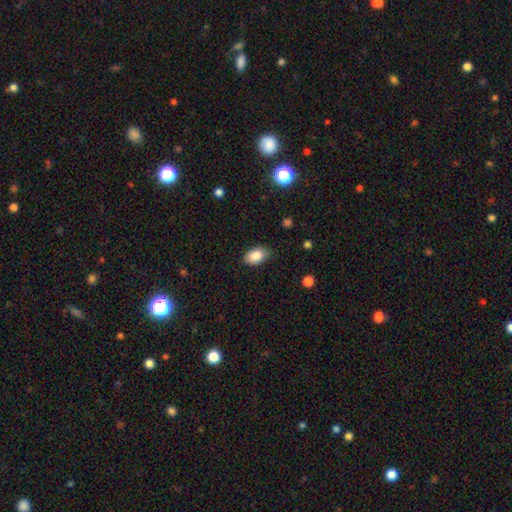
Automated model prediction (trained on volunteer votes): smooth_or_featured: smooth (p=0.87) [alt: star or artifact p=0.08]
how_rounded: in between (p=0.90) [alt: round p=0.09]
merging: none (p=0.82) [alt: minor disturbance p=0.14]